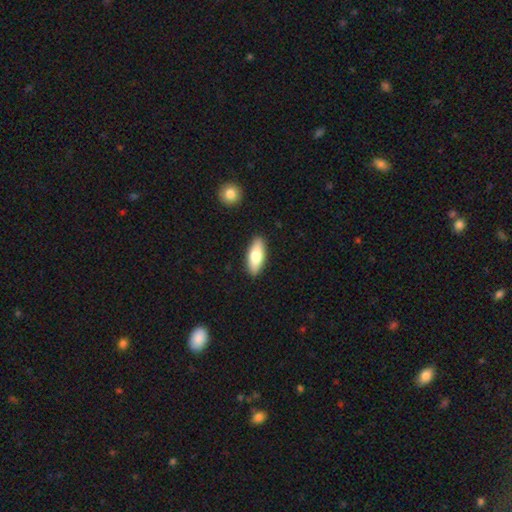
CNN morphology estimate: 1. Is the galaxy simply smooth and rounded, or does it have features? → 74% smooth, 21% featured or disk, 5% star or artifact.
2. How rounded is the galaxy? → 76% in between, 22% cigar-shaped, 2% round.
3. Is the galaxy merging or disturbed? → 89% none, 7% minor disturbance, 2% major disturbance, 2% merger.